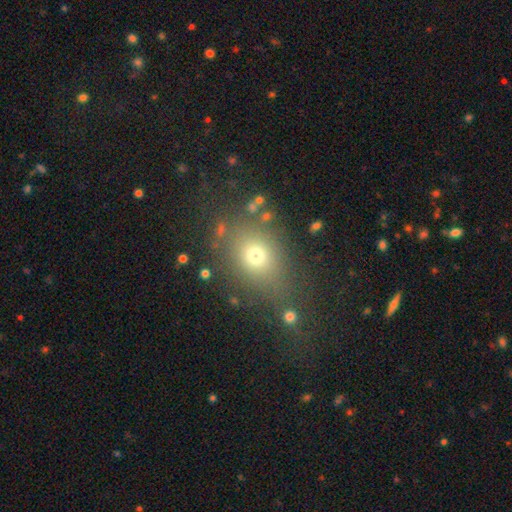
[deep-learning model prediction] A smooth galaxy with no disk features (70%) that is round (49%, tied with in between).

Vote fractions:
- Smooth or featured? smooth: 70% / star or artifact: 18% / featured or disk: 12%
- How rounded? round: 49% (tied) / in between: 49% (tied) / cigar-shaped: 2%
- Merging? none: 71% / minor disturbance: 14% / major disturbance: 8% / merger: 7%